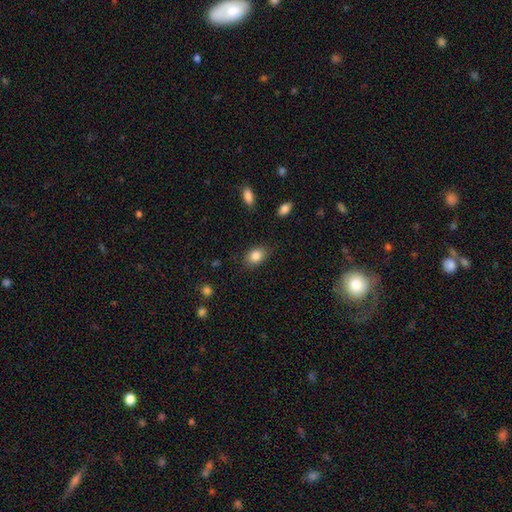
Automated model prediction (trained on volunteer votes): Smooth or featured?
  - smooth: 84% *
  - star or artifact: 9%
  - featured or disk: 7%
How rounded?
  - in between: 77% *
  - round: 22%
  - cigar-shaped: 1%
Merging?
  - none: 81% *
  - minor disturbance: 14%
  - major disturbance: 3%
  - merger: 1%